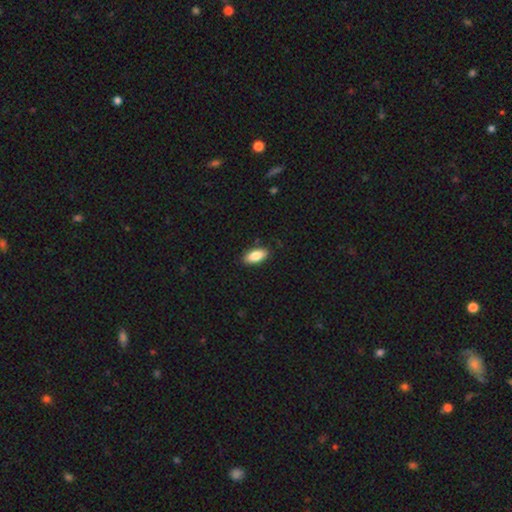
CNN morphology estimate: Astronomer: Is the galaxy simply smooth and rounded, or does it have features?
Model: smooth — 85%.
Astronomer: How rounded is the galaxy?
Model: in between — 87%.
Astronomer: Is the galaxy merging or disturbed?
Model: none — 87%.